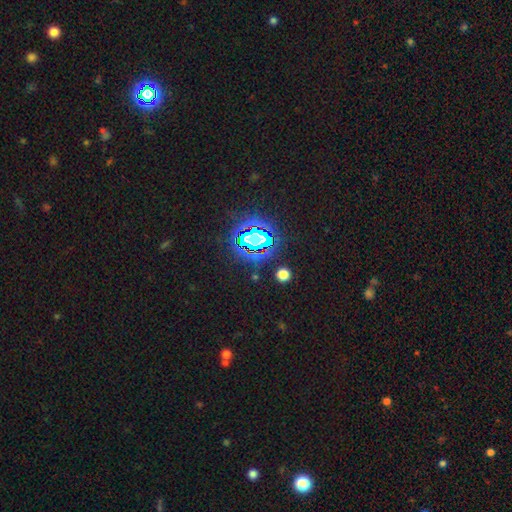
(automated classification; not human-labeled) Smooth or featured?
  - star or artifact: 78% *
  - smooth: 15%
  - featured or disk: 7%